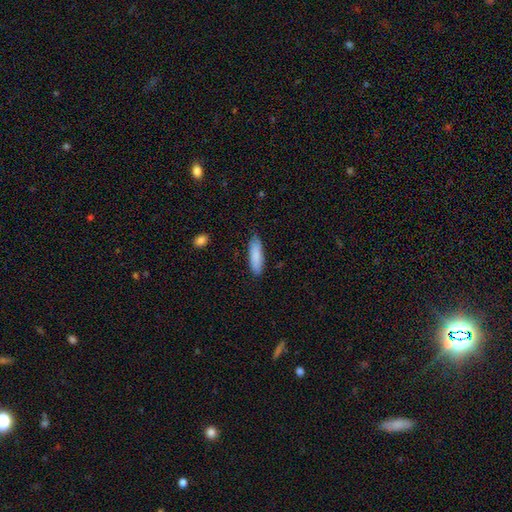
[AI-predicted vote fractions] smooth-or-featured: smooth: 87% | featured or disk: 8% | star or artifact: 6%
  how-rounded: cigar-shaped: 52% | in between: 47% | round: 1%
  merging: none: 83% | minor disturbance: 14% | major disturbance: 2% | merger: 1%